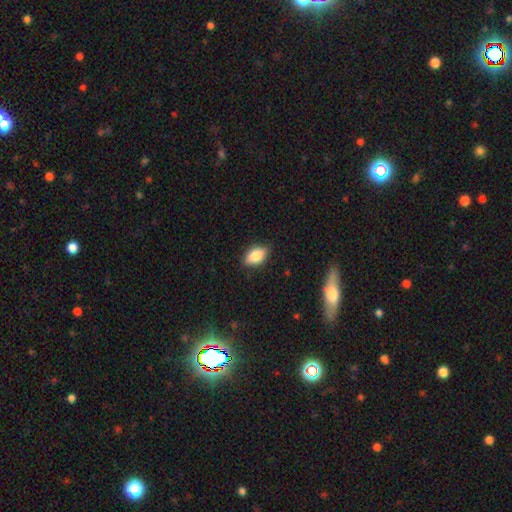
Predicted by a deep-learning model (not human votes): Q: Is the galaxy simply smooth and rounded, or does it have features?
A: smooth — 81%.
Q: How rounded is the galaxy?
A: in between — 87%.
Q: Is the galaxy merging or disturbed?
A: none — 84%.